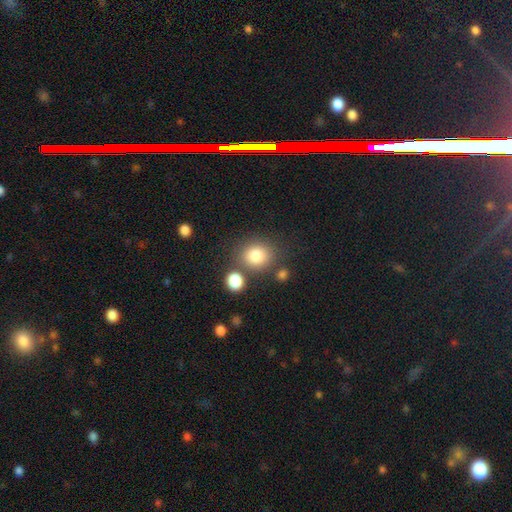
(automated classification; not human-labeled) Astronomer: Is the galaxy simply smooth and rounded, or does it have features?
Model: smooth — 81%.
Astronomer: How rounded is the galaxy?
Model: round — 74%.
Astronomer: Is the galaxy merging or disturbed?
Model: none — 71%.